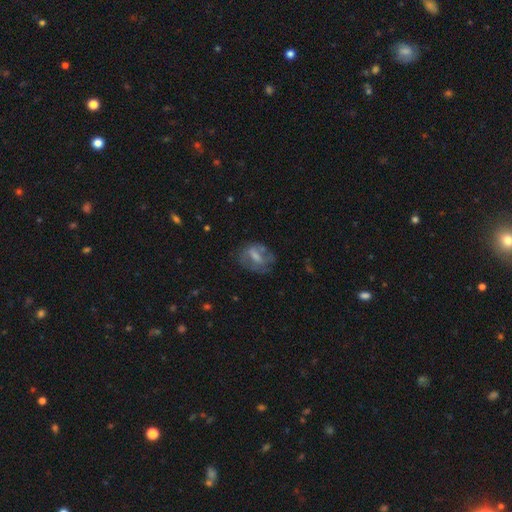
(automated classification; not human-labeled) Smooth or featured: featured or disk — 49% (smooth — 42%)
Merging: none — 51% (minor disturbance — 24%)